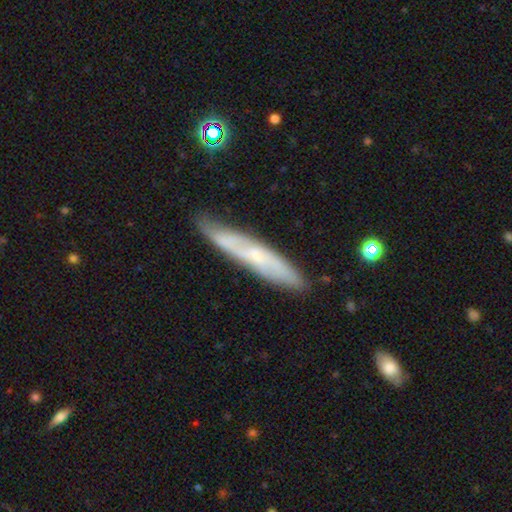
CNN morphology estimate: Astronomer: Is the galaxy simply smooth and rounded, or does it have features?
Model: featured or disk — 59%.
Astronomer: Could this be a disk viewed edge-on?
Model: yes — 60% (runner-up: no, 40%).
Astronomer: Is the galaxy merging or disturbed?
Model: none — 78%.